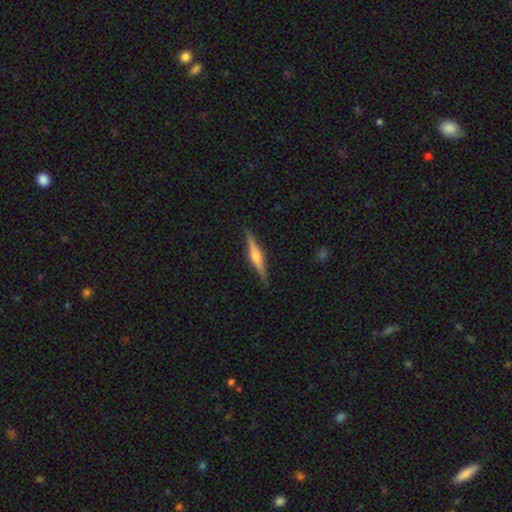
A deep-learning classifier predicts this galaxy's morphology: smooth_or_featured: featured or disk (p=0.74) [alt: smooth p=0.20]
disk_edge_on: yes (p=0.98) [alt: no p=0.02]
edge_on_bulge: rounded (p=0.86) [alt: boxy p=0.09]
merging: none (p=0.90) [alt: minor disturbance p=0.07]